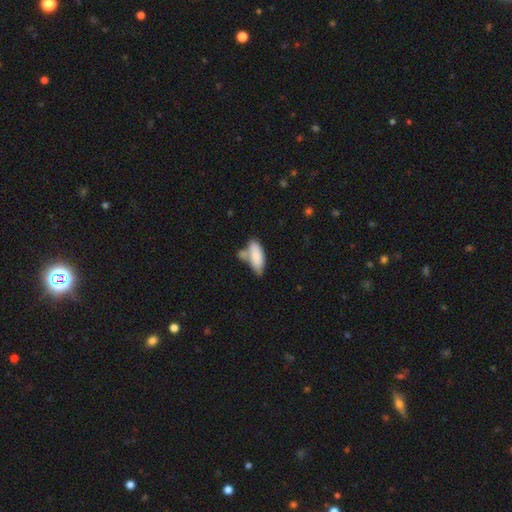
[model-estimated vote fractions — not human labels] A smooth galaxy with no disk features (82%) that is in between round and cigar-shaped (75%). Merging: none (41%).